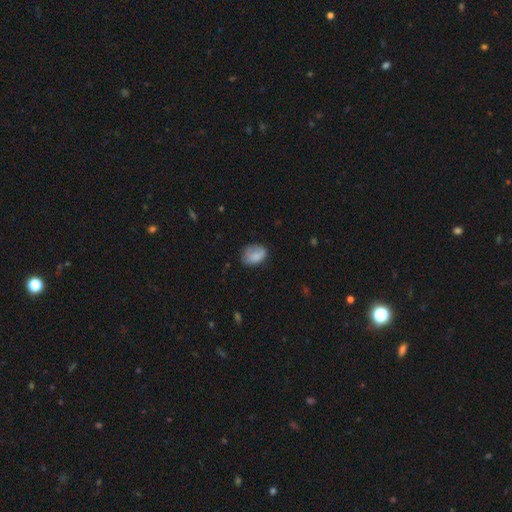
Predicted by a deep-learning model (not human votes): Smooth or featured?
  - smooth: 80% *
  - featured or disk: 12%
  - star or artifact: 8%
How rounded?
  - in between: 79% *
  - round: 20%
  - cigar-shaped: 1%
Merging?
  - none: 58% *
  - minor disturbance: 30%
  - major disturbance: 11%
  - merger: 2%